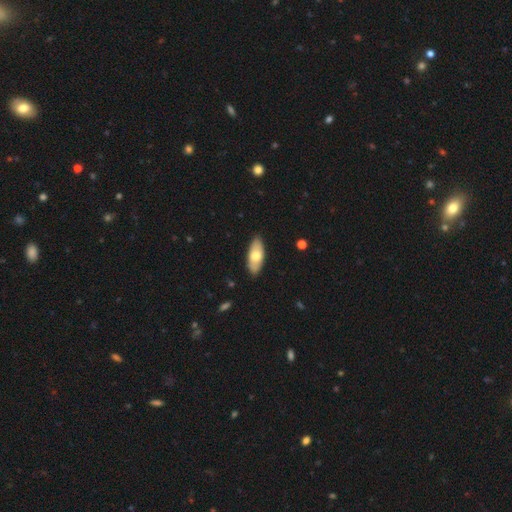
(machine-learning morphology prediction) This appears to be a smooth galaxy with no disk features (64%) that is in between round and cigar-shaped (85%). Merging: none (87%).